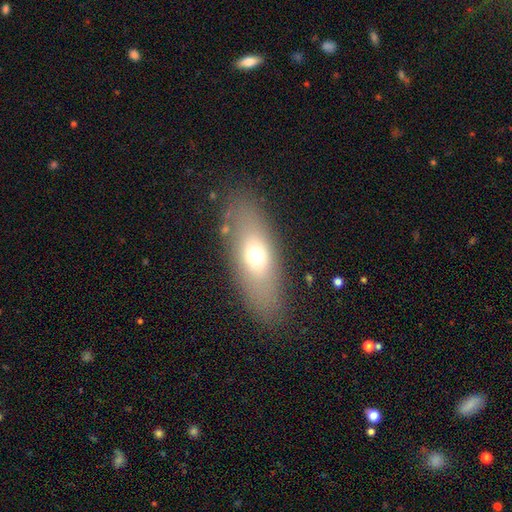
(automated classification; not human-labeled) smooth_or_featured: smooth (p=0.61) [alt: featured or disk p=0.29]
how_rounded: in between (p=0.70) [alt: cigar-shaped p=0.24]
merging: none (p=0.83) [alt: minor disturbance p=0.10]